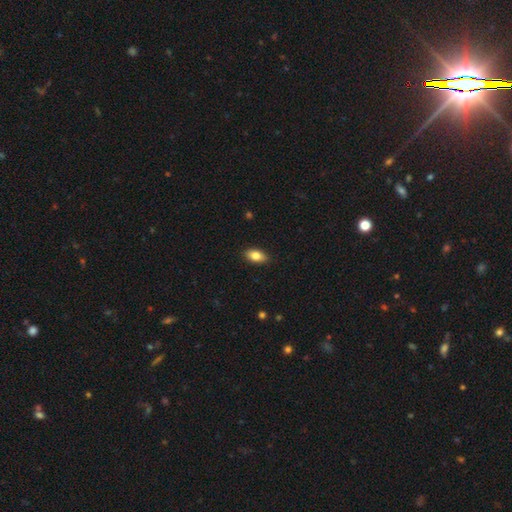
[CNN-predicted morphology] A smooth galaxy with no disk features (82%) that is in between round and cigar-shaped (90%).

Vote fractions:
- Smooth or featured? smooth: 82% / featured or disk: 11% / star or artifact: 7%
- How rounded? in between: 90% / round: 5% / cigar-shaped: 5%
- Merging? none: 88% / minor disturbance: 9% / major disturbance: 2% / merger: 1%